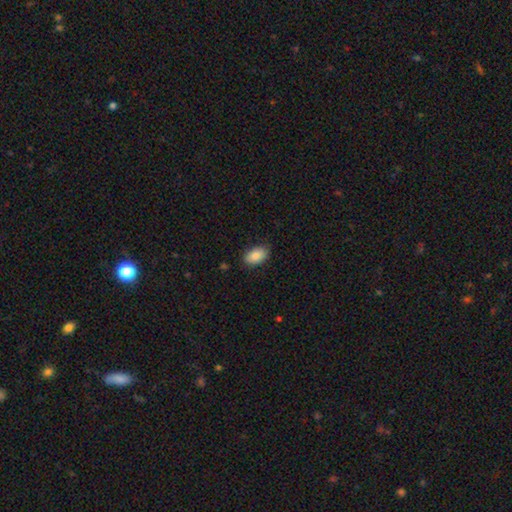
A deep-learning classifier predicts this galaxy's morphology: Smooth or featured? smooth (86%)
How rounded? in between (92%)
Merging? none (85%)